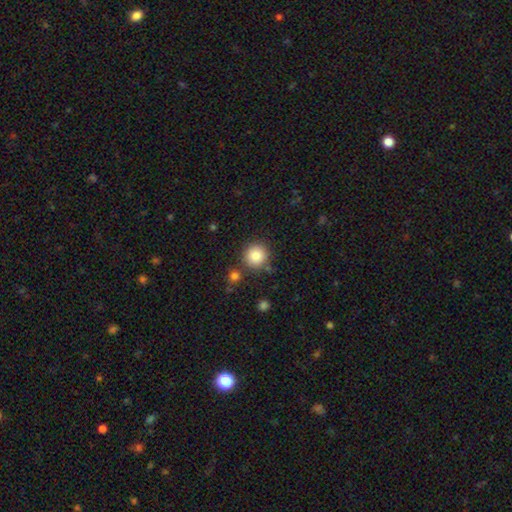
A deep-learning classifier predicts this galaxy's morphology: Smooth or featured? Predicted: smooth (p=0.86). How rounded? Predicted: round (p=0.93). Merging? Predicted: none (p=0.82).